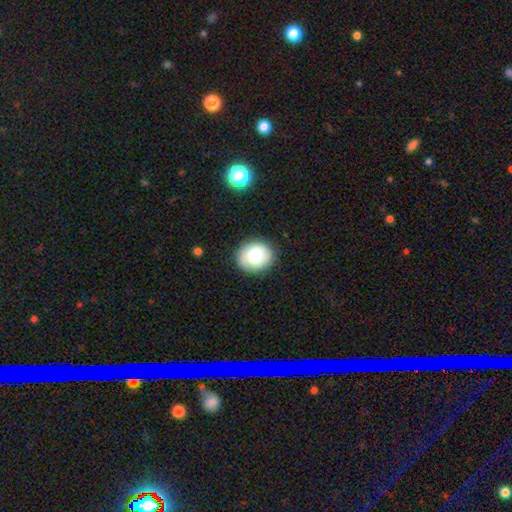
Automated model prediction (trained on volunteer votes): smooth_or_featured: smooth (p=0.76) [alt: featured or disk p=0.16]
how_rounded: round (p=0.70) [alt: in between p=0.29]
merging: none (p=0.86) [alt: minor disturbance p=0.10]